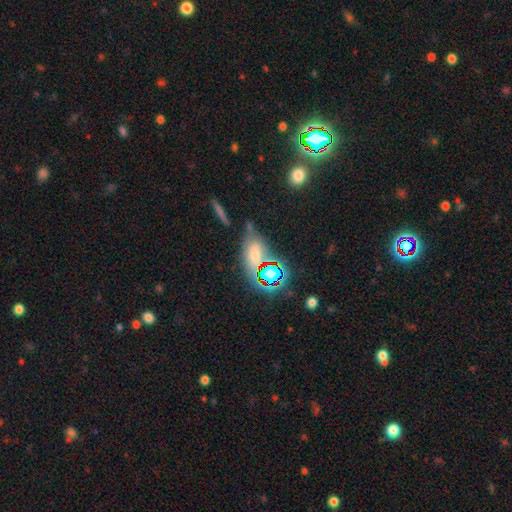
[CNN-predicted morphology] This is possibly a star or artifact rather than a galaxy (46%).